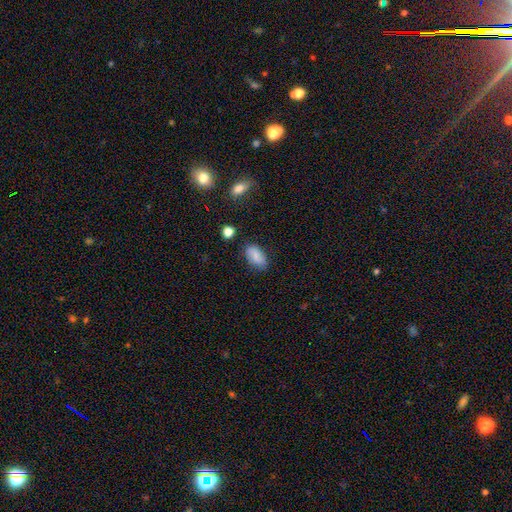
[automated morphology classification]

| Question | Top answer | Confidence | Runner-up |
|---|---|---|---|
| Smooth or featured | smooth | 81% | featured or disk (11%) |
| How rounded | in between | 92% | round (5%) |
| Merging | none | 76% | minor disturbance (17%) |